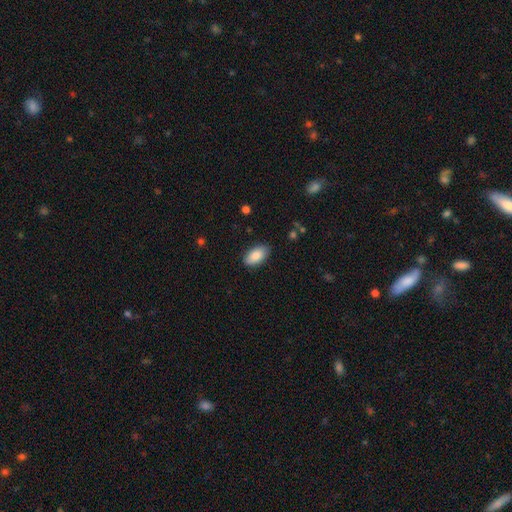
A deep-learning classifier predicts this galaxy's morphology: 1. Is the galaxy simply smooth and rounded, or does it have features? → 87% smooth, 7% featured or disk, 6% star or artifact.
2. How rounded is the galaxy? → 94% in between, 3% round, 3% cigar-shaped.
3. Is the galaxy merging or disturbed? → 86% none, 10% minor disturbance, 2% major disturbance, 1% merger.